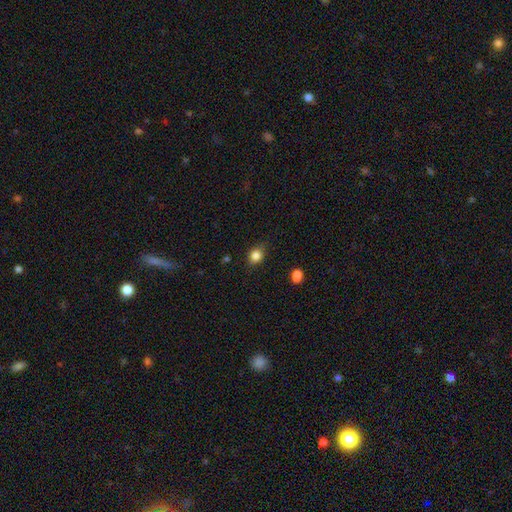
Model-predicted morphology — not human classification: A smooth galaxy with no disk features (84%) that is round (54%).

Vote fractions:
- Smooth or featured? smooth: 84% / star or artifact: 10% / featured or disk: 6%
- How rounded? round: 54% / in between: 44% / cigar-shaped: 1%
- Merging? none: 76% / minor disturbance: 19% / major disturbance: 4% / merger: 2%